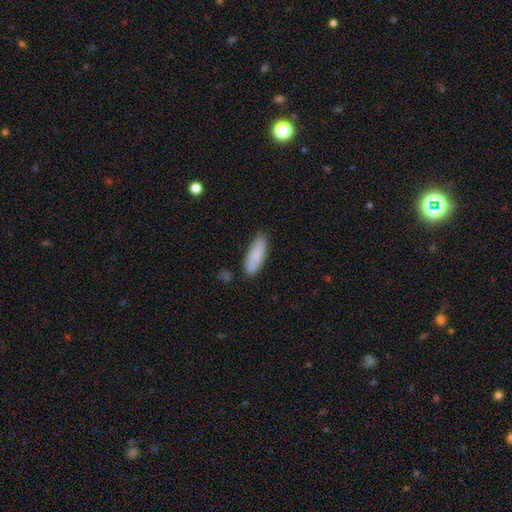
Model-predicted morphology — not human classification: smooth_or_featured: smooth (p=0.83) [alt: featured or disk p=0.10]
how_rounded: in between (p=0.57) [alt: cigar-shaped p=0.41]
merging: none (p=0.79) [alt: minor disturbance p=0.16]